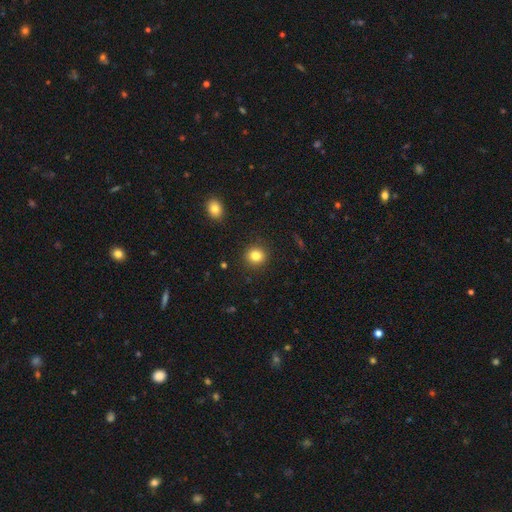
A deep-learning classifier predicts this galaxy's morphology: A smooth galaxy with no disk features (83%) that is round (88%).

Vote fractions:
- Smooth or featured? smooth: 83% / star or artifact: 11% / featured or disk: 6%
- How rounded? round: 88% / in between: 11% / cigar-shaped: 1%
- Merging? none: 91% / minor disturbance: 6% / major disturbance: 2% / merger: 1%